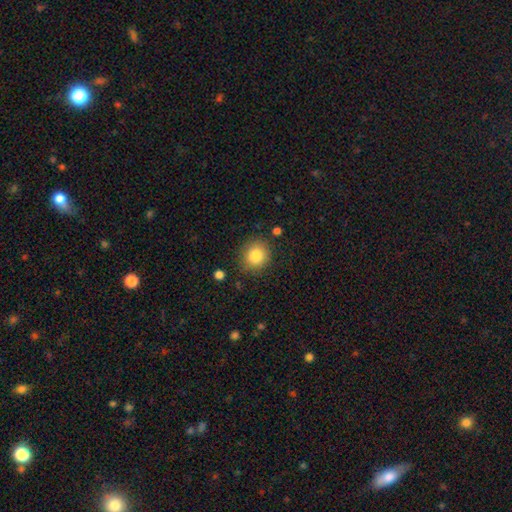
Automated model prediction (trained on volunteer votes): Q: Smooth or featured?
A: smooth (85%); runner-up: star or artifact (9%)
Q: How rounded?
A: round (85%); runner-up: in between (15%)
Q: Merging?
A: none (84%); runner-up: minor disturbance (11%)